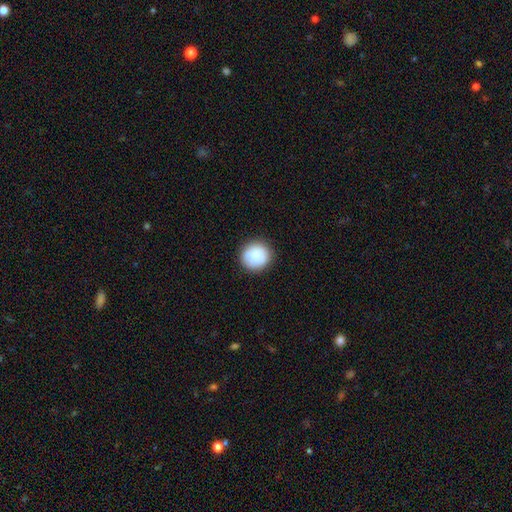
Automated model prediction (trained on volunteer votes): Smooth or featured? smooth (87%)
How rounded? round (90%)
Merging? none (89%)